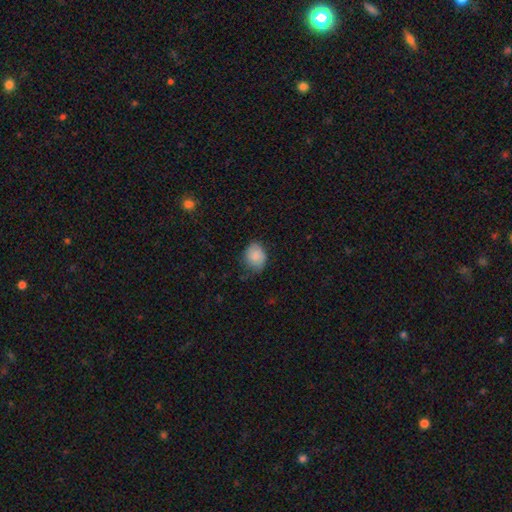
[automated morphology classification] Smooth or featured? smooth (84%)
How rounded? in between (53%)
Merging? none (65%)